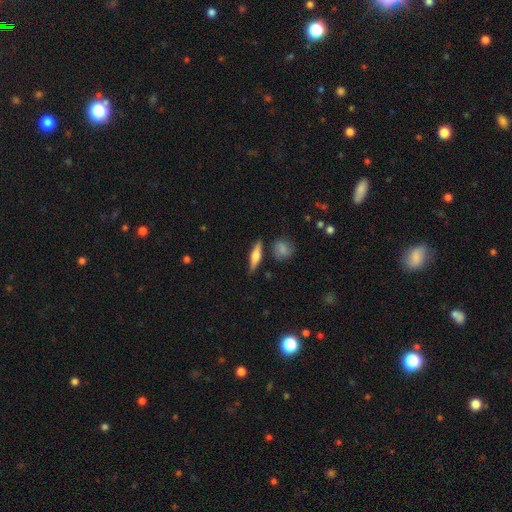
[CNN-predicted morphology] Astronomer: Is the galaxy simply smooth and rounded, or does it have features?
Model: smooth — 49% (runner-up: featured or disk, 44%).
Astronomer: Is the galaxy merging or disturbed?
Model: none — 82%.